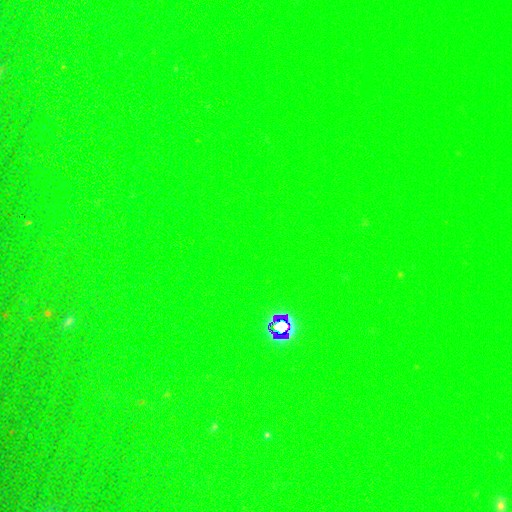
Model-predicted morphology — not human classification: Smooth or featured? Predicted: star or artifact (p=0.72).